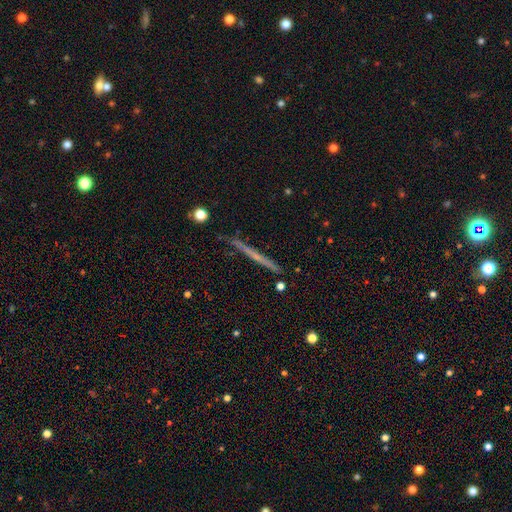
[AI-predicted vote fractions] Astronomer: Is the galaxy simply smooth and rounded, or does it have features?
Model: featured or disk — 60%.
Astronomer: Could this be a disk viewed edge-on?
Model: yes — 98%.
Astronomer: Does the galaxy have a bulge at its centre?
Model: none — 75%.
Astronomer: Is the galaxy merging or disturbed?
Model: none — 89%.